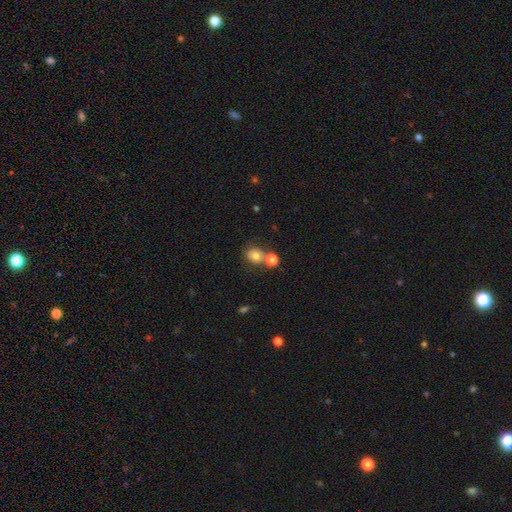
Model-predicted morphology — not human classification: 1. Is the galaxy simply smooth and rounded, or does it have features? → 76% smooth, 12% featured or disk, 11% star or artifact.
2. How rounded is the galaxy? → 68% round, 31% in between, 1% cigar-shaped.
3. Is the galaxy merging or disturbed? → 52% none, 33% merger, 11% minor disturbance, 4% major disturbance.